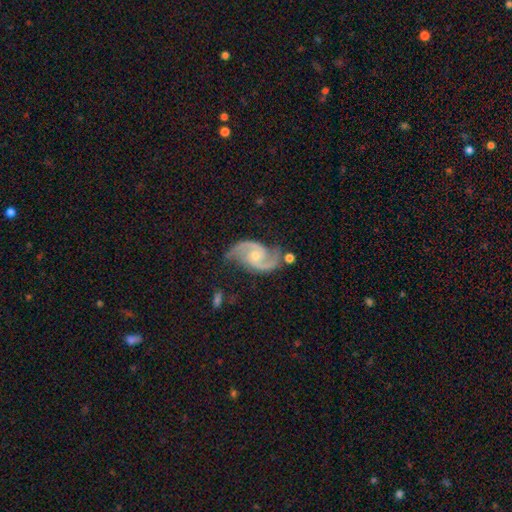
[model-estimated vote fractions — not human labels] Smooth or featured: featured or disk — 92% (star or artifact — 4%)
Edge-on disk: no — 98% (yes — 2%)
Bar: no — 61% (weak — 32%)
Spiral arms: yes — 98% (no — 2%)
Spiral winding: medium — 58% (loose — 24%)
Spiral arm count: 2 — 94% (3 — 2%)
Bulge size: small — 53% (moderate — 42%)
Merging: none — 69% (minor disturbance — 20%)